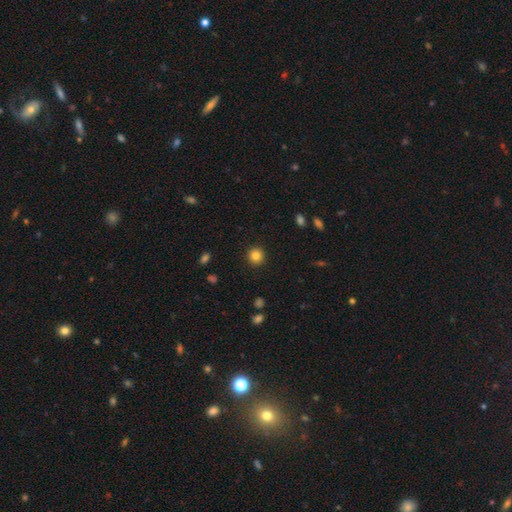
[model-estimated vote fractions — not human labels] smooth_or_featured: smooth (p=0.84) [alt: star or artifact p=0.11]
how_rounded: round (p=0.94) [alt: in between p=0.05]
merging: none (p=0.92) [alt: minor disturbance p=0.05]